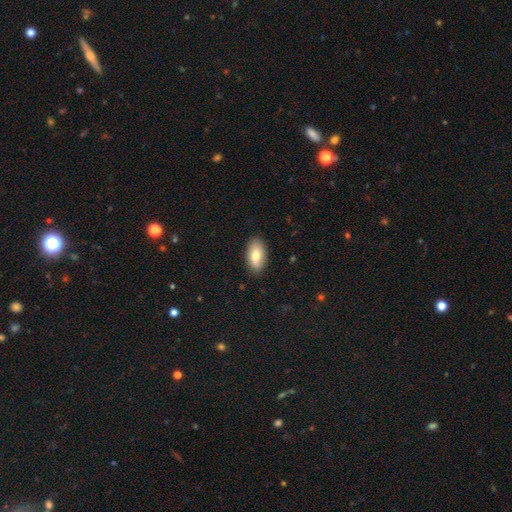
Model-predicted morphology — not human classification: Smooth or featured? smooth (75%)
How rounded? in between (93%)
Merging? none (85%)